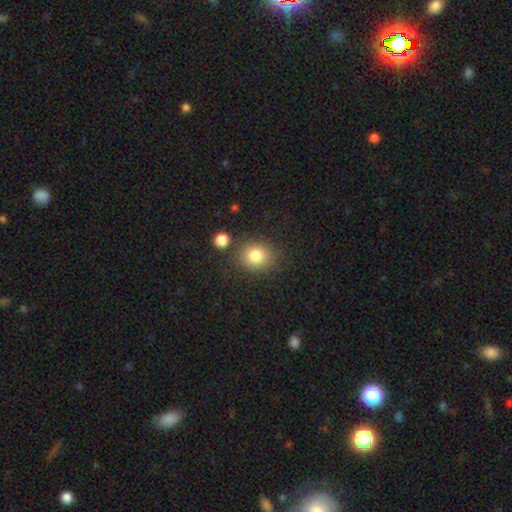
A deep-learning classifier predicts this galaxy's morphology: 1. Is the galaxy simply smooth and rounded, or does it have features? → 83% smooth, 10% star or artifact, 7% featured or disk.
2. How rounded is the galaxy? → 73% round, 26% in between, 1% cigar-shaped.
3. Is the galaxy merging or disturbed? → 77% none, 12% minor disturbance, 7% merger, 4% major disturbance.